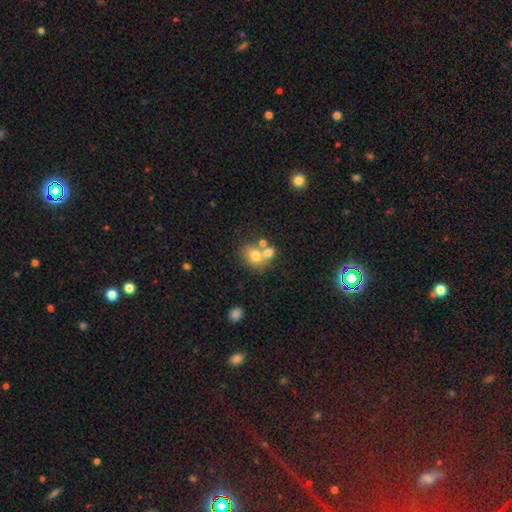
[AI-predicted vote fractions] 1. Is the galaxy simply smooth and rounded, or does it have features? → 71% smooth, 18% featured or disk, 11% star or artifact.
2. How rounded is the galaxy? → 65% round, 34% in between, 1% cigar-shaped.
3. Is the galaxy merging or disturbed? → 45% merger, 42% none, 9% minor disturbance, 4% major disturbance.